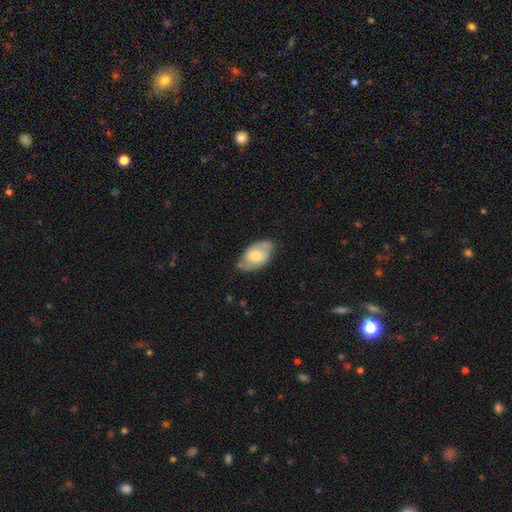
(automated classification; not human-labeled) Smooth or featured? Predicted: smooth (p=0.49). Merging? Predicted: none (p=0.65).